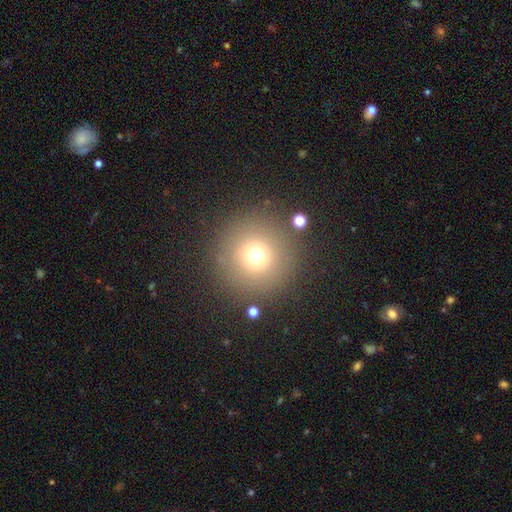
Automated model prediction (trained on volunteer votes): Smooth or featured?
  - smooth: 71% *
  - star or artifact: 19%
  - featured or disk: 11%
How rounded?
  - round: 96% *
  - in between: 3%
  - cigar-shaped: 1%
Merging?
  - none: 87% *
  - minor disturbance: 6%
  - major disturbance: 4%
  - merger: 3%